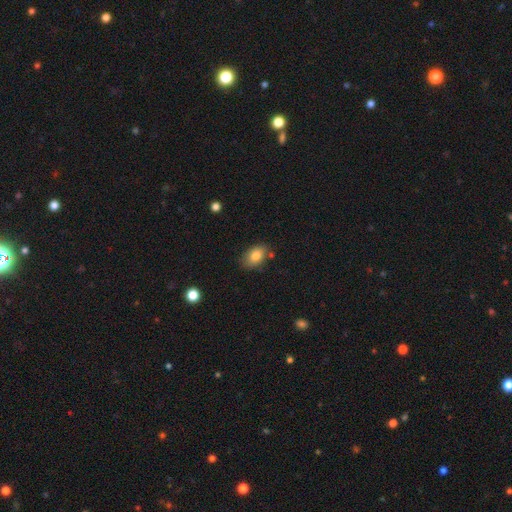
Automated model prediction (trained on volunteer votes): The model was most divided on "merging": none: 79%, minor disturbance: 14%, merger: 4%, major disturbance: 3%. More confident: how rounded — in between (85%); smooth or featured — smooth (82%).